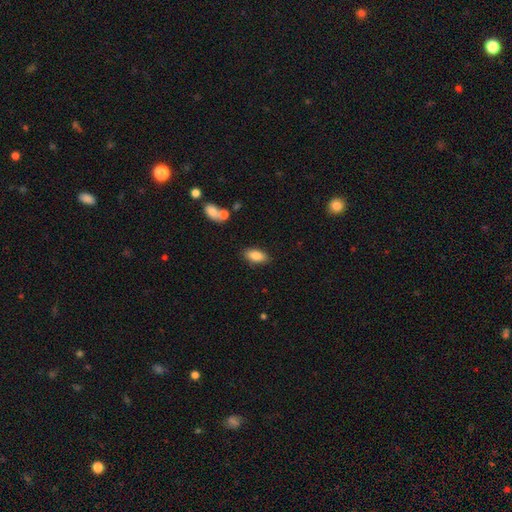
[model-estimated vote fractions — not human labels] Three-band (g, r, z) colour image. It shows a smooth galaxy with no disk features (84%) that is in between round and cigar-shaped (89%). Merging: none (84%).